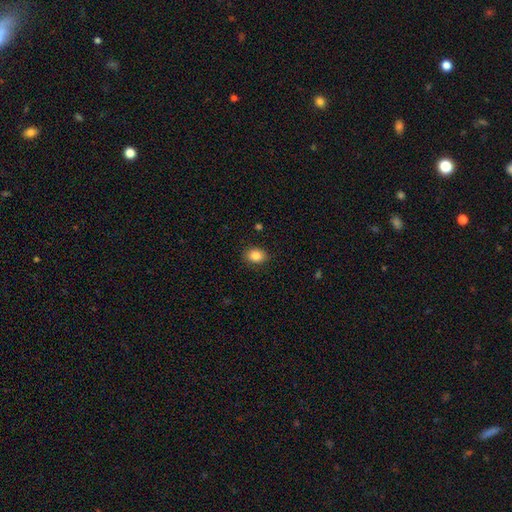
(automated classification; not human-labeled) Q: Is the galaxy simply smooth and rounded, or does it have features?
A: smooth — 85%.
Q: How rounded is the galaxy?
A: in between — 69%.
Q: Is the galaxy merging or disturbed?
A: none — 87%.